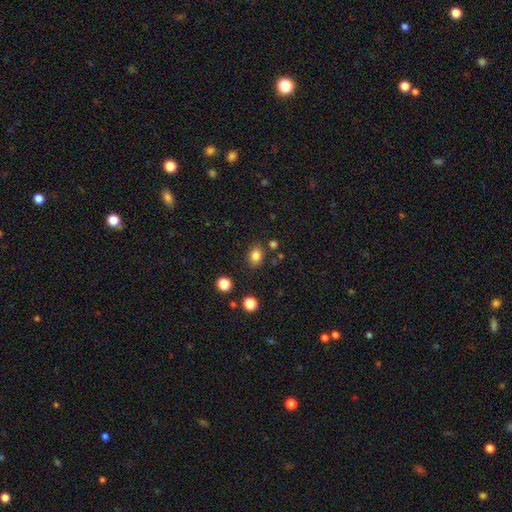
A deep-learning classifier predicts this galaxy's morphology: Overall: smooth (83%). How rounded: in between (53%; round 46%). Merging: none (80%).